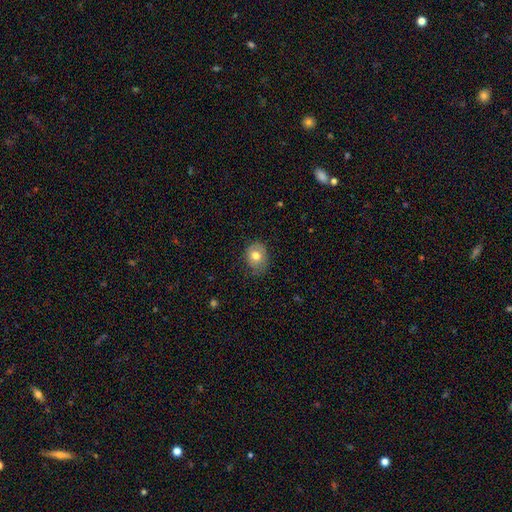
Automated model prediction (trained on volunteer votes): Morphology: type=smooth (74%); roundness=round (51%); merging=none (67%).